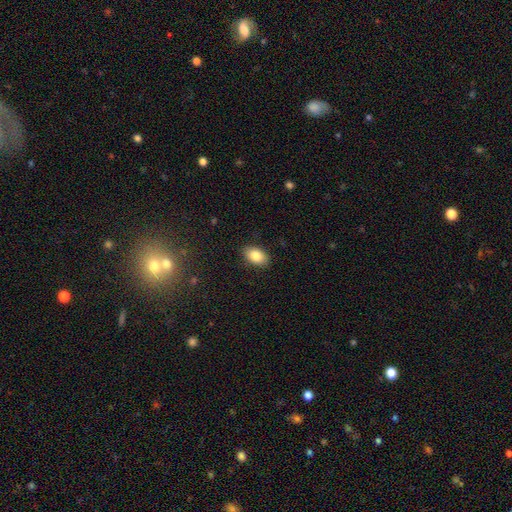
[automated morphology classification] This appears to be a smooth galaxy with no disk features (85%) that is in between round and cigar-shaped (92%). Merging: none (87%).